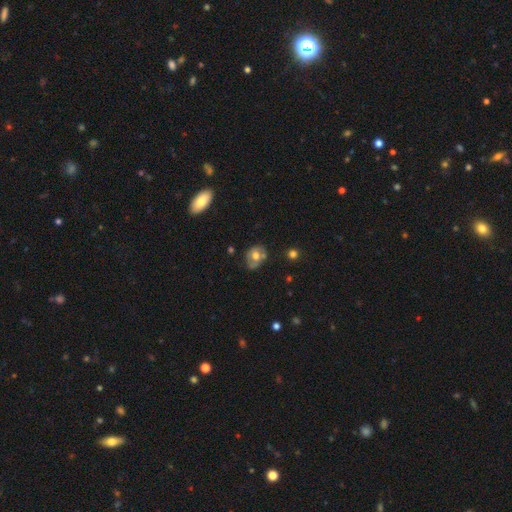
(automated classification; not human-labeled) A smooth galaxy with no disk features (54%) that is in between round and cigar-shaped (59%). Merging: none (59%).